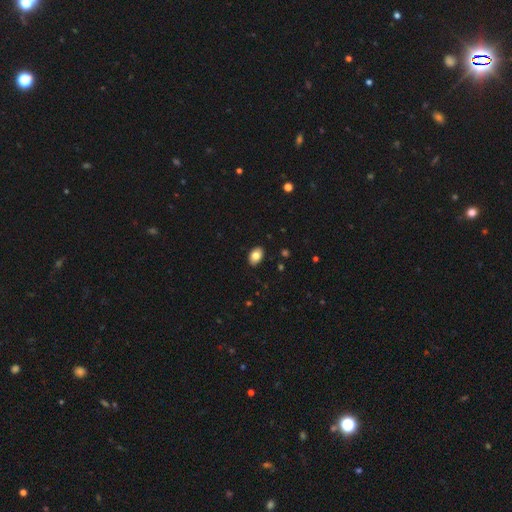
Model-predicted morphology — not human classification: Smooth or featured? smooth (83%)
How rounded? in between (87%)
Merging? none (88%)